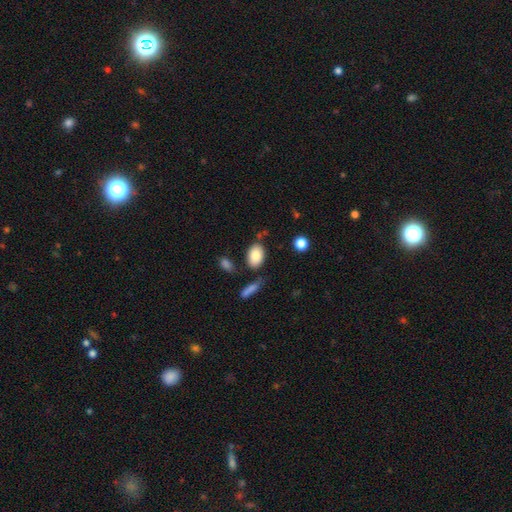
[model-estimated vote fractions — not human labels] A smooth galaxy with no disk features (82%) that is in between round and cigar-shaped (88%).

Vote fractions:
- Smooth or featured? smooth: 82% / featured or disk: 10% / star or artifact: 7%
- How rounded? in between: 88% / round: 11% / cigar-shaped: 2%
- Merging? none: 76% / minor disturbance: 13% / merger: 7% / major disturbance: 4%